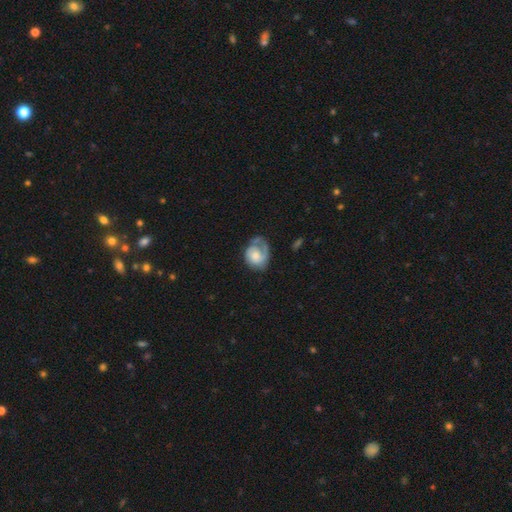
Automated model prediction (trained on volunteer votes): The model was most divided on "bulge size" (2-way tie): small: 43%, moderate: 43%, large: 7%, none: 5%, dominant: 2%. Remaining: edge-on disk — no (97%); spiral arms — yes (81%); bar — no (76%); smooth or featured — featured or disk (57%); merging — none (42%).